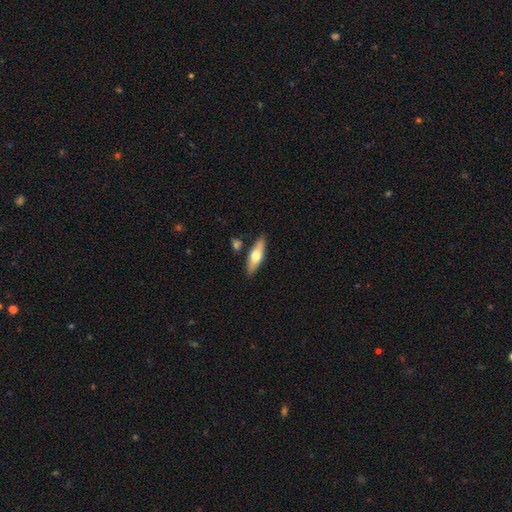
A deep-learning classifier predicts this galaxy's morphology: A smooth galaxy with no disk features (60%) that is cigar-shaped (49%, tied with in between).

Vote fractions:
- Smooth or featured? smooth: 60% / featured or disk: 35% / star or artifact: 6%
- How rounded? cigar-shaped: 49% (tied) / in between: 49% (tied) / round: 2%
- Merging? none: 81% / minor disturbance: 11% / merger: 6% / major disturbance: 2%